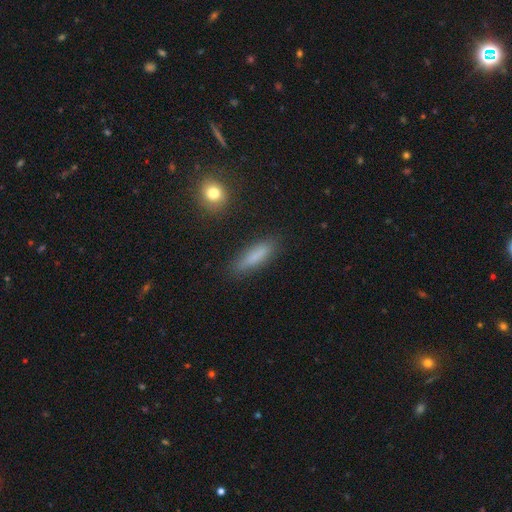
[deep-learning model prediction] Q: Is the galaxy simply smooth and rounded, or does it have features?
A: smooth — 78%.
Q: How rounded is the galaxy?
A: cigar-shaped — 71%.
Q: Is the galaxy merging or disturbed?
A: none — 84%.